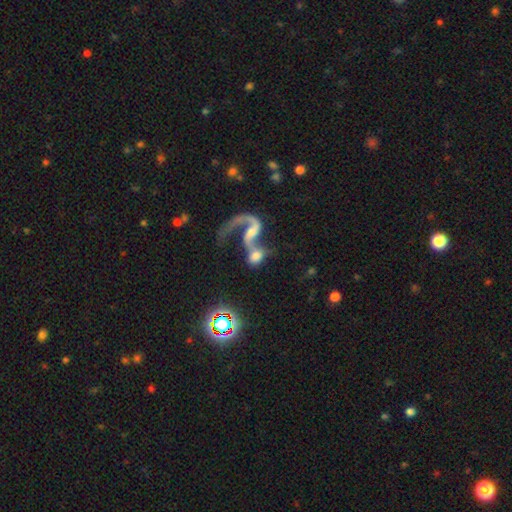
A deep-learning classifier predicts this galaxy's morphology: Smooth or featured? featured or disk (61%)
Edge-on disk? no (95%)
Bar? no (53%)
Spiral arms? yes (78%)
Bulge size? moderate (36%)
Merging? merger (69%)